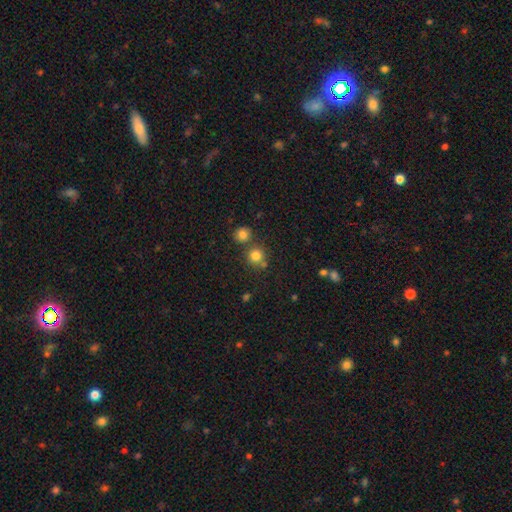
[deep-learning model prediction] Smooth or featured? smooth (79%)
How rounded? round (91%)
Merging? none (68%)